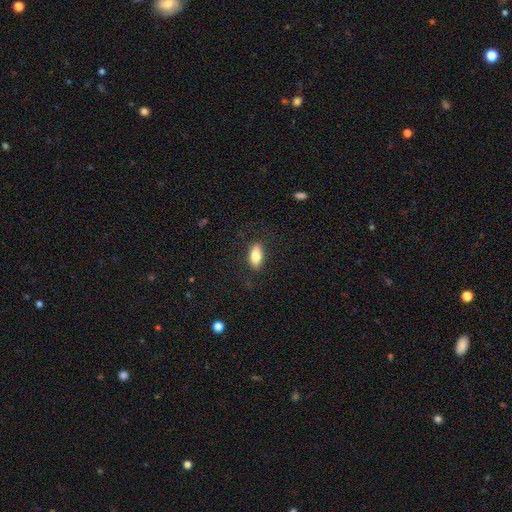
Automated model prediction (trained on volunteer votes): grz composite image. It shows a smooth galaxy with no disk features (78%) that is in between round and cigar-shaped (84%). Merging: none (86%).